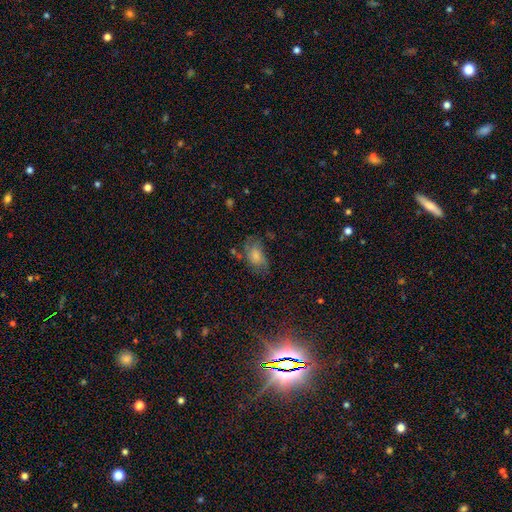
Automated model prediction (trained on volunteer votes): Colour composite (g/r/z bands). It shows a smooth galaxy with no disk features (62%) that is in between round and cigar-shaped (87%). Merging: none (46%).